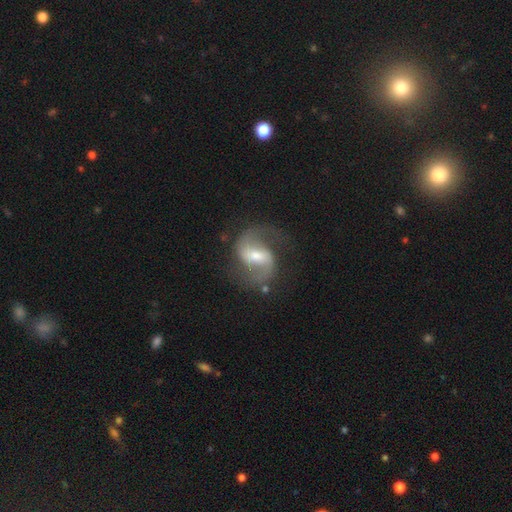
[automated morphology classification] Q: Smooth or featured?
A: featured or disk (87%); runner-up: smooth (7%)
Q: Edge-on disk?
A: no (98%); runner-up: yes (2%)
Q: Bar?
A: weak (48%); runner-up: strong (35%)
Q: Spiral arms?
A: yes (96%); runner-up: no (4%)
Q: Spiral winding?
A: medium (53%); runner-up: loose (36%)
Q: Spiral arm count?
A: 2 (93%); runner-up: can't tell (2%)
Q: Bulge size?
A: moderate (54%); runner-up: small (35%)
Q: Merging?
A: none (75%); runner-up: minor disturbance (14%)